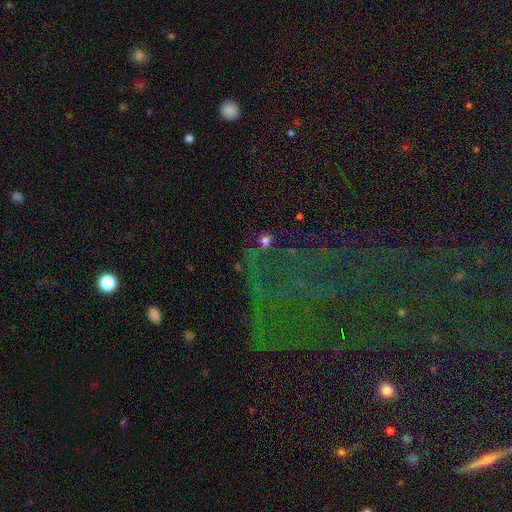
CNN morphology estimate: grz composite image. It shows a star or artifact, not a galaxy (65%).